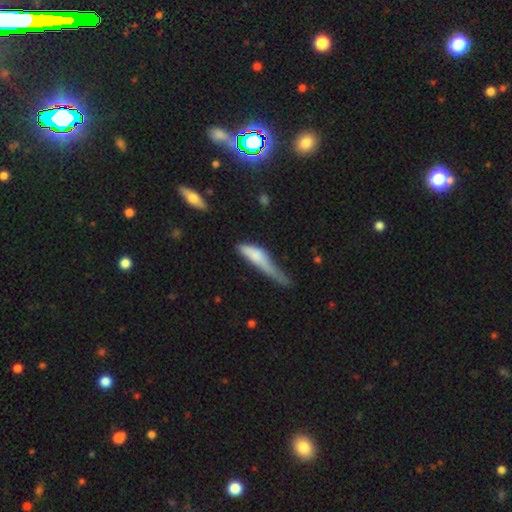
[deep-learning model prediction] smooth 67%, featured or disk 25%, star or artifact 8%. Down the decision tree: how rounded — cigar-shaped (67%); merging — major disturbance (44%).